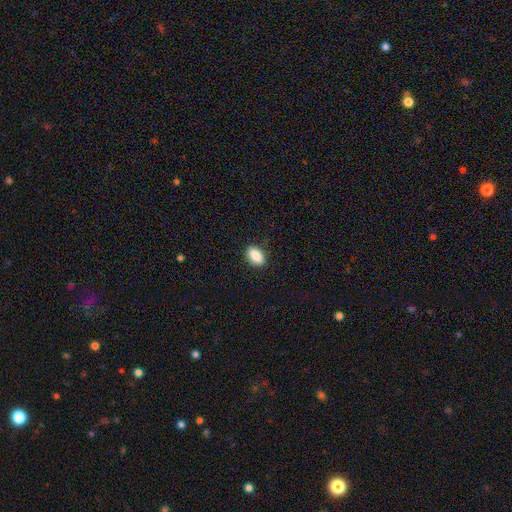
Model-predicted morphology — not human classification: Overall: smooth (87%). How rounded: in between (89%). Merging: none (89%).